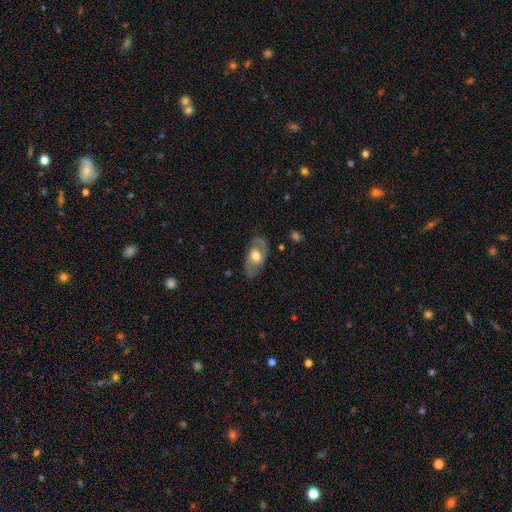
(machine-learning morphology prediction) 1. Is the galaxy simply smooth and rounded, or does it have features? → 64% featured or disk, 31% smooth, 6% star or artifact.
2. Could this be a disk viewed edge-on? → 90% no, 10% yes.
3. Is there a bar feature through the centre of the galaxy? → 70% no, 24% weak, 6% strong.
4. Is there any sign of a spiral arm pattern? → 67% yes, 33% no.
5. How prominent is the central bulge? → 55% moderate, 35% large, 6% small, 2% dominant, 1% none.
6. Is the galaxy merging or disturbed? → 79% none, 14% minor disturbance, 5% major disturbance, 1% merger.